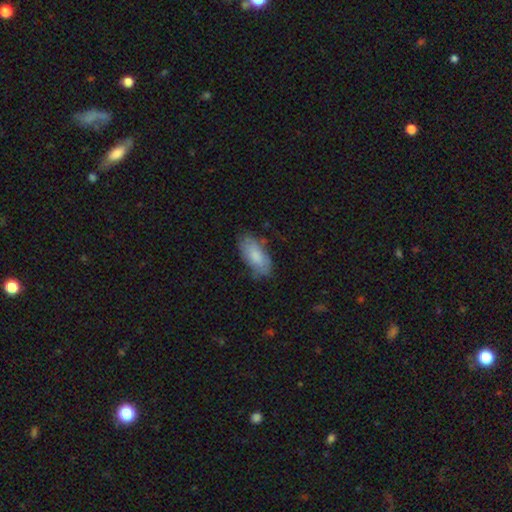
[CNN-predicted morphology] Smooth or featured? Predicted: smooth (p=0.81). How rounded? Predicted: in between (p=0.90). Merging? Predicted: none (p=0.71).